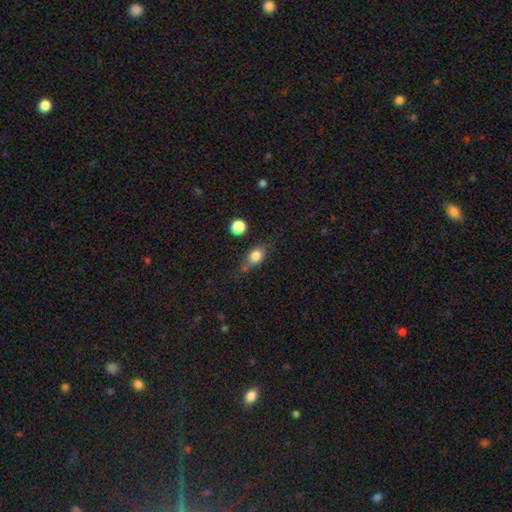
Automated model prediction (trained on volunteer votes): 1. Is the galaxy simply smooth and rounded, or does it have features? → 77% smooth, 13% featured or disk, 10% star or artifact.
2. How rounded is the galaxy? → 55% in between, 39% round, 5% cigar-shaped.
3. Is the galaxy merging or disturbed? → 61% none, 23% minor disturbance, 9% merger, 7% major disturbance.